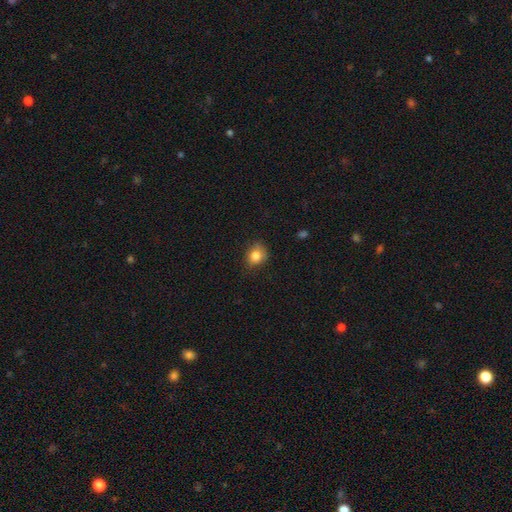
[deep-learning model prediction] A smooth galaxy with no disk features (83%) that is round (65%). Merging: none (68%).